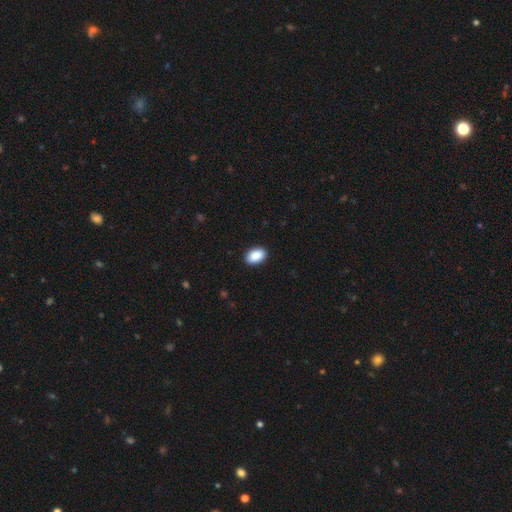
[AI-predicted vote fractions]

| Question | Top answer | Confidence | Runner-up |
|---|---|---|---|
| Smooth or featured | smooth | 90% | star or artifact (7%) |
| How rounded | in between | 91% | round (7%) |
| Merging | none | 90% | minor disturbance (7%) |